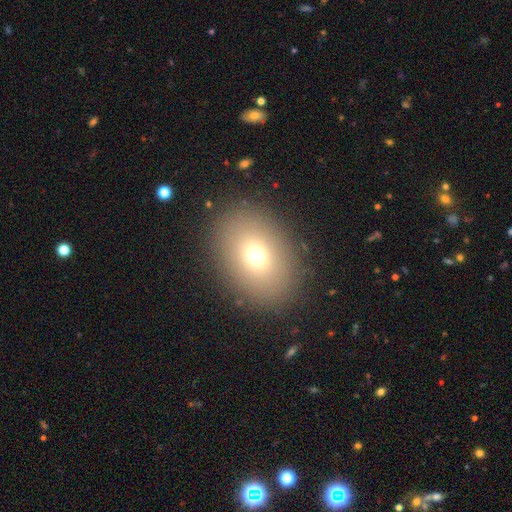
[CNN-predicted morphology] A smooth galaxy with no disk features (72%) that is in between round and cigar-shaped (68%).

Vote fractions:
- Smooth or featured? smooth: 72% / star or artifact: 14% / featured or disk: 14%
- How rounded? in between: 68% / round: 31% / cigar-shaped: 1%
- Merging? none: 87% / minor disturbance: 8% / major disturbance: 4% / merger: 1%